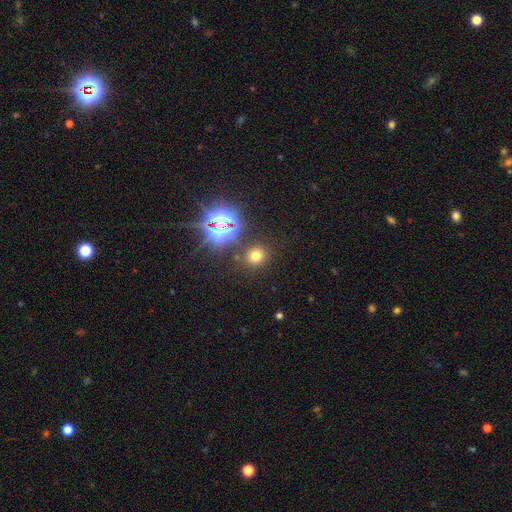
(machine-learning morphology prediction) Smooth or featured? smooth (64%)
How rounded? round (84%)
Merging? none (86%)